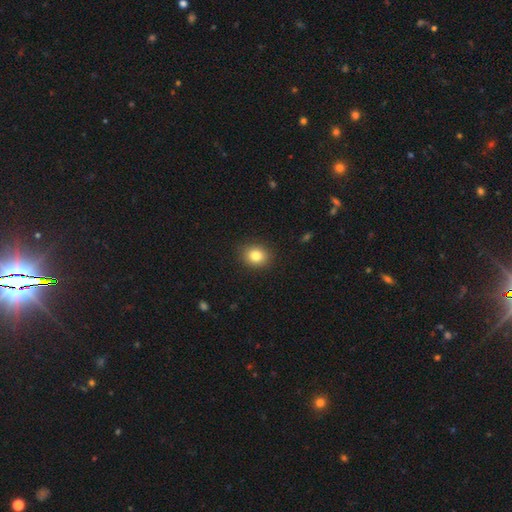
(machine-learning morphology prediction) smooth-or-featured: smooth: 83% | star or artifact: 10% | featured or disk: 7%
  how-rounded: round: 62% | in between: 37% | cigar-shaped: 1%
  merging: none: 90% | minor disturbance: 7% | major disturbance: 2% | merger: 1%